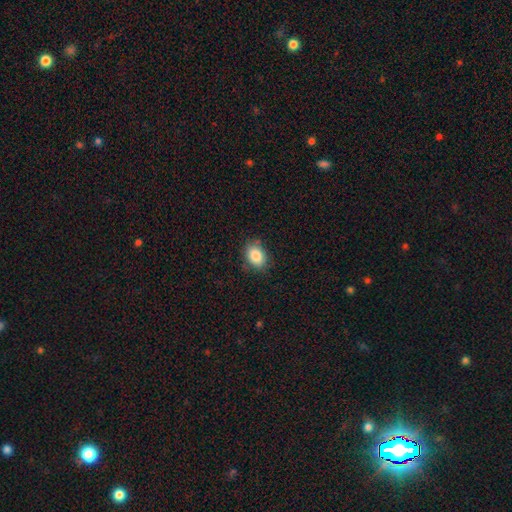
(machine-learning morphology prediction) smooth-or-featured: smooth: 85% | star or artifact: 8% | featured or disk: 7%
  how-rounded: in between: 73% | round: 26% | cigar-shaped: 1%
  merging: none: 81% | minor disturbance: 14% | major disturbance: 3% | merger: 1%